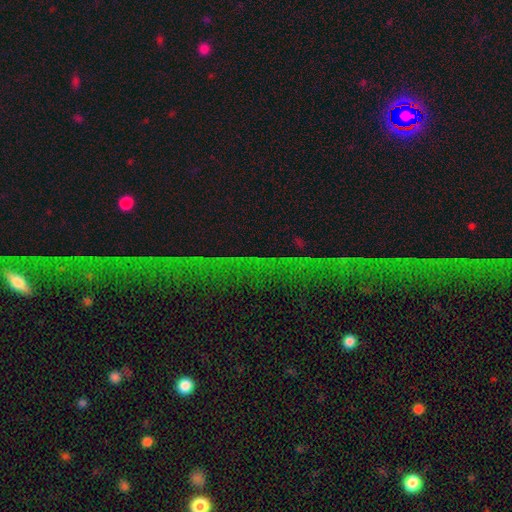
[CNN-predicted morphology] Smooth or featured? Predicted: star or artifact (p=0.79).